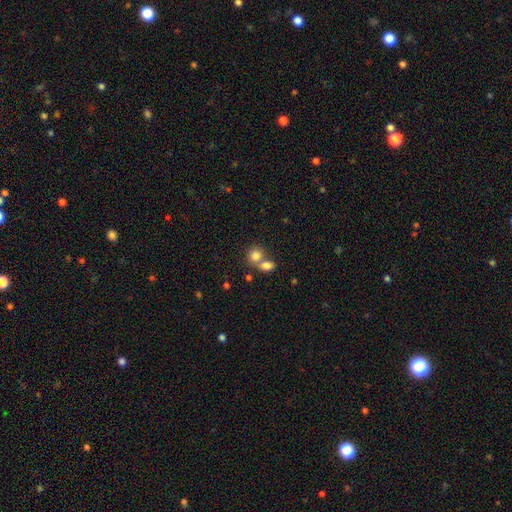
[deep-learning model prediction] A smooth galaxy with no disk features (81%) that is round (69%).

Vote fractions:
- Smooth or featured? smooth: 81% / star or artifact: 10% / featured or disk: 9%
- How rounded? round: 69% / in between: 29% / cigar-shaped: 1%
- Merging? merger: 51% / none: 39% / minor disturbance: 7% / major disturbance: 3%